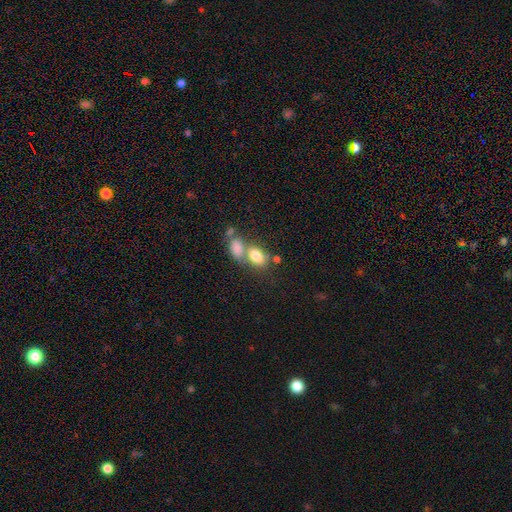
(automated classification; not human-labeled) smooth-or-featured: smooth: 78% | featured or disk: 12% | star or artifact: 10%
  how-rounded: in between: 80% | round: 18% | cigar-shaped: 2%
  merging: merger: 46% | none: 37% | minor disturbance: 12% | major disturbance: 6%